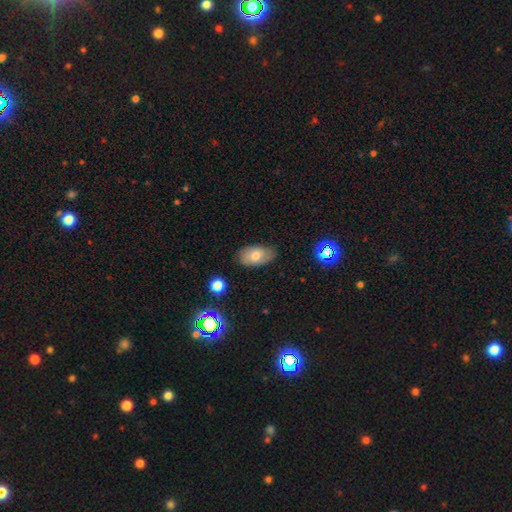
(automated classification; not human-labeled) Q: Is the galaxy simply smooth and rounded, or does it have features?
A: smooth — 68%.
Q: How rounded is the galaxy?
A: in between — 92%.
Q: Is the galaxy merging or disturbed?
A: none — 77%.